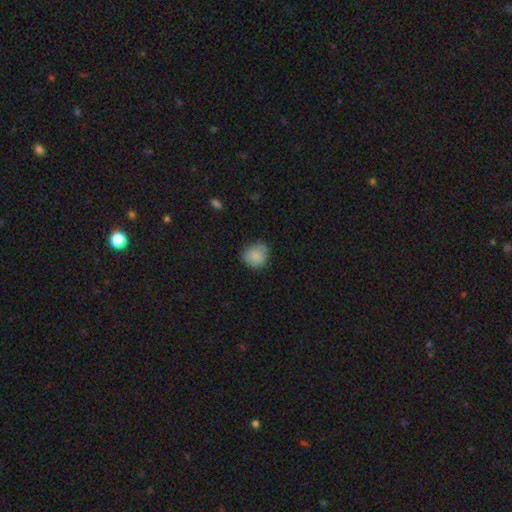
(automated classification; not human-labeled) Smooth or featured: smooth — 85% (star or artifact — 9%)
How rounded: round — 81% (in between — 18%)
Merging: none — 69% (minor disturbance — 24%)